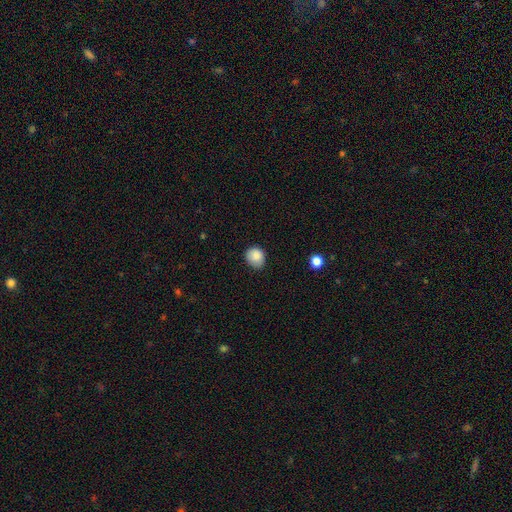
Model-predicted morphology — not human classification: type=smooth (86%); roundness=round (74%); merging=none (71%).